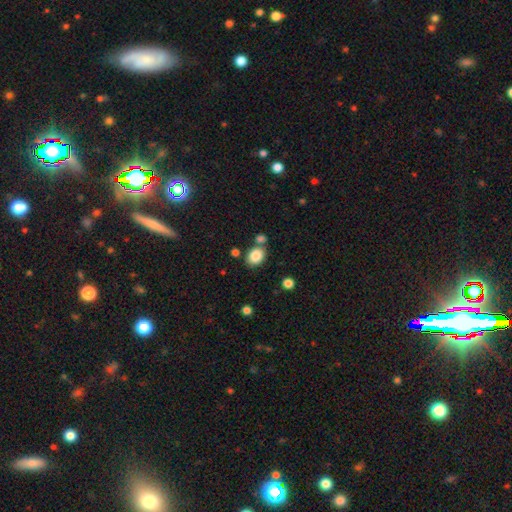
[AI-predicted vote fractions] This appears to be a smooth galaxy with no disk features (85%) that is in between round and cigar-shaped (61%). Merging: none (69%).